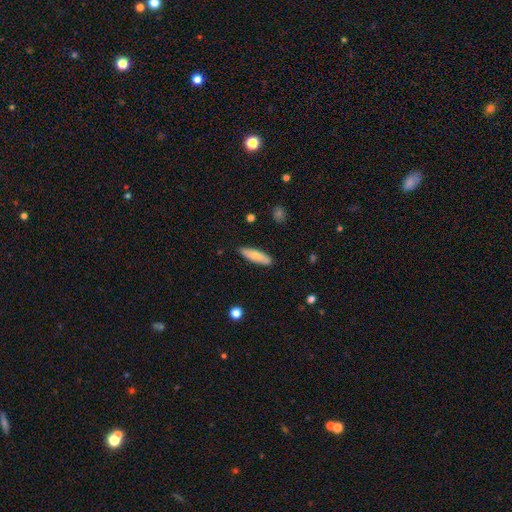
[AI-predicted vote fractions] Smooth or featured? smooth (75%)
How rounded? cigar-shaped (56%)
Merging? none (86%)